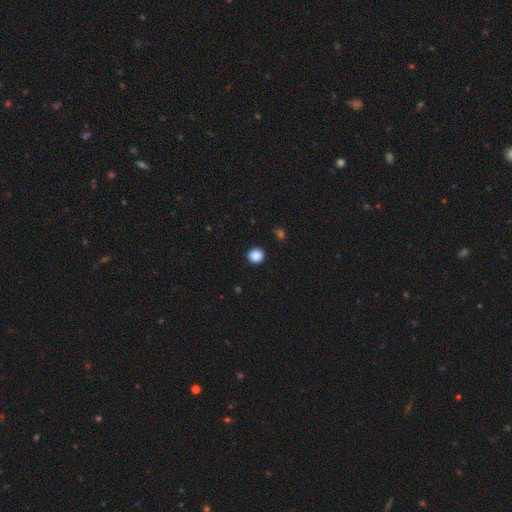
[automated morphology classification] smooth 88%, star or artifact 9%, featured or disk 2%. Down the decision tree: how rounded — round (87%); merging — none (91%).